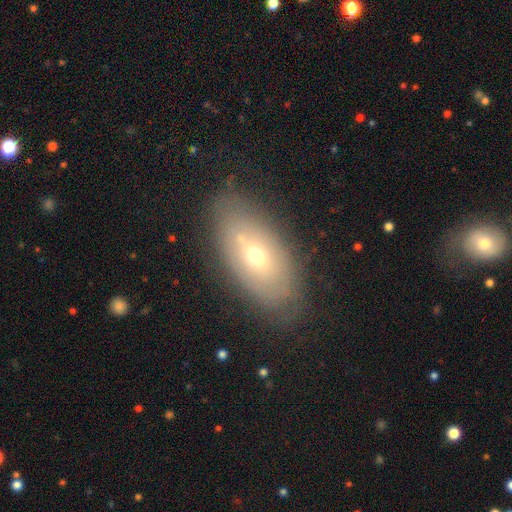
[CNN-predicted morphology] Smooth or featured: smooth — 47% (featured or disk — 43%)
Merging: none — 74% (minor disturbance — 17%)